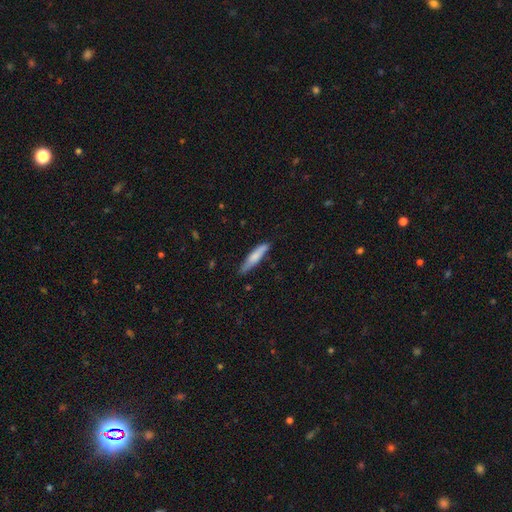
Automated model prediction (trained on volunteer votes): Q: Smooth or featured?
A: smooth (72%); runner-up: featured or disk (22%)
Q: How rounded?
A: cigar-shaped (82%); runner-up: in between (16%)
Q: Merging?
A: none (75%); runner-up: minor disturbance (20%)